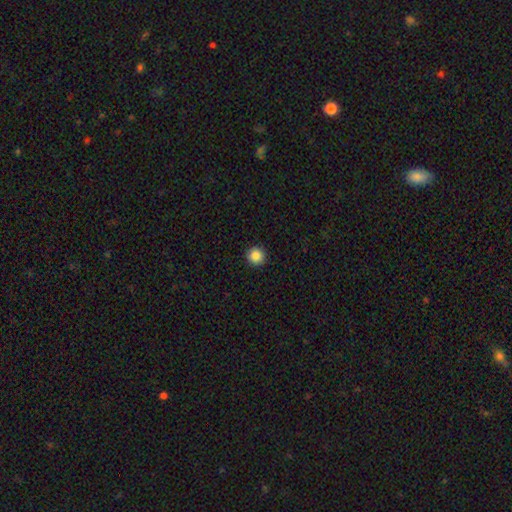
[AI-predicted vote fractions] Q: Smooth or featured?
A: smooth (86%); runner-up: star or artifact (10%)
Q: How rounded?
A: round (96%); runner-up: in between (3%)
Q: Merging?
A: none (93%); runner-up: minor disturbance (4%)